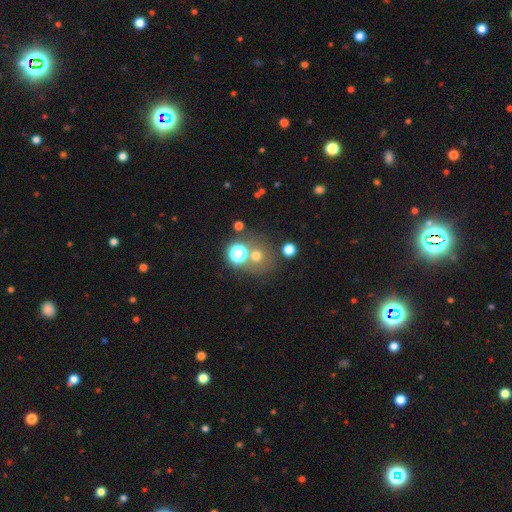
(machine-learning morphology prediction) This appears to be a smooth galaxy with no disk features (61%) that is round (86%). Merging: none (63%).